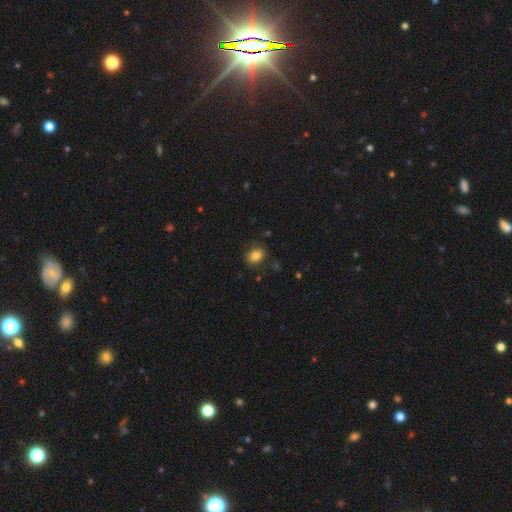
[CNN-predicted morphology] A smooth galaxy with no disk features (82%) that is in between round and cigar-shaped (51%).

Vote fractions:
- Smooth or featured? smooth: 82% / star or artifact: 11% / featured or disk: 7%
- How rounded? in between: 51% / round: 48% / cigar-shaped: 1%
- Merging? none: 80% / minor disturbance: 14% / major disturbance: 4% / merger: 2%